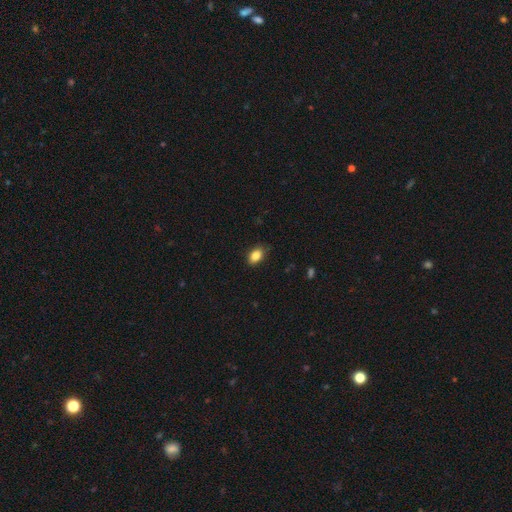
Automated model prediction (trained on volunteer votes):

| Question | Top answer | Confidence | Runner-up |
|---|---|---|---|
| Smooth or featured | smooth | 86% | star or artifact (9%) |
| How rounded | in between | 84% | round (15%) |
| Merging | none | 82% | minor disturbance (15%) |